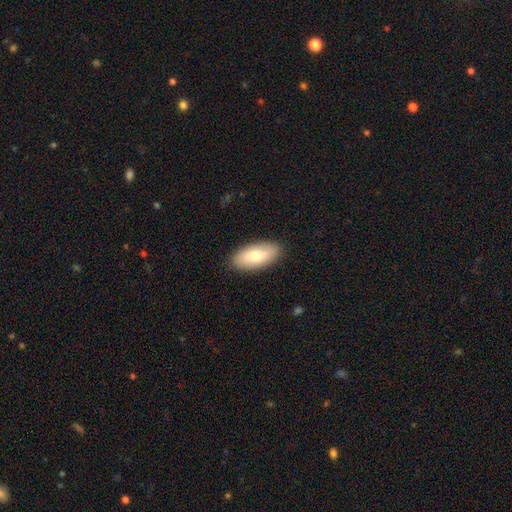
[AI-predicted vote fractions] Smooth or featured? Predicted: smooth (p=0.77). How rounded? Predicted: in between (p=0.90). Merging? Predicted: none (p=0.89).